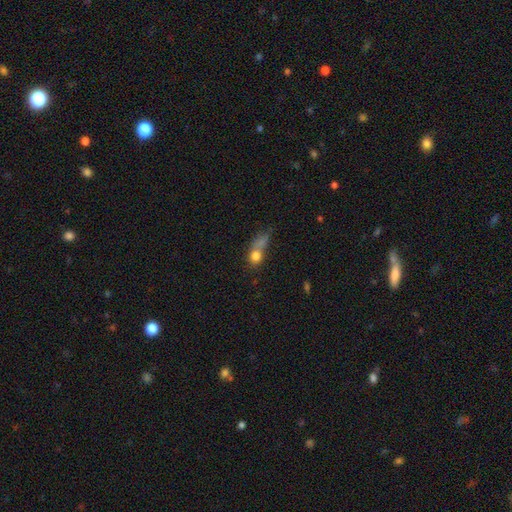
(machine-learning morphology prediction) Smooth or featured?
  - smooth: 73% *
  - featured or disk: 15%
  - star or artifact: 12%
How rounded?
  - round: 49% *
  - in between: 41%
  - cigar-shaped: 9%
Merging?
  - merger: 39% *
  - none: 27%
  - major disturbance: 19%
  - minor disturbance: 16%